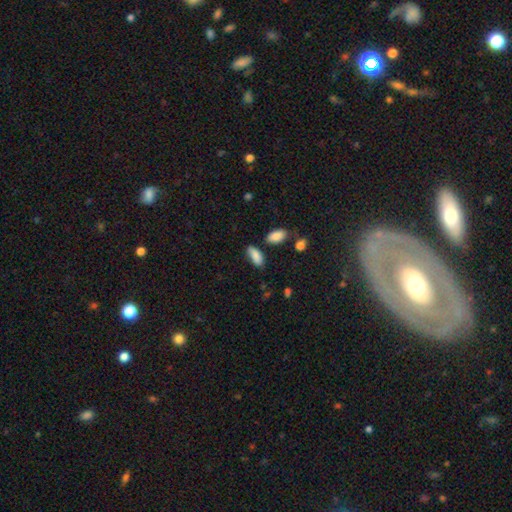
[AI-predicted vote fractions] Smooth or featured: smooth — 86% (star or artifact — 7%)
How rounded: in between — 87% (cigar-shaped — 10%)
Merging: none — 67% (minor disturbance — 22%)